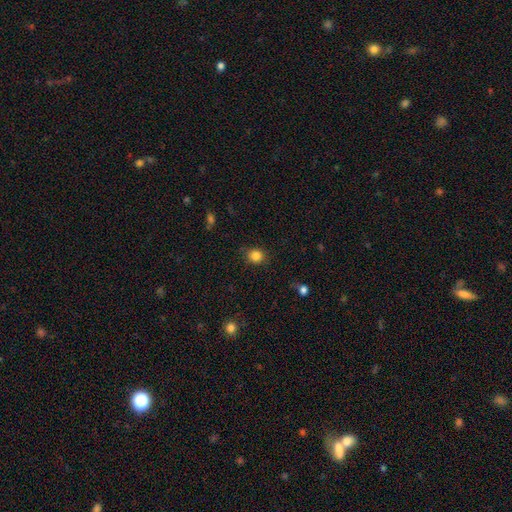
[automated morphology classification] Smooth or featured?
  - smooth: 85% *
  - star or artifact: 11%
  - featured or disk: 5%
How rounded?
  - round: 77% *
  - in between: 22%
  - cigar-shaped: 1%
Merging?
  - none: 83% *
  - minor disturbance: 12%
  - major disturbance: 3%
  - merger: 1%